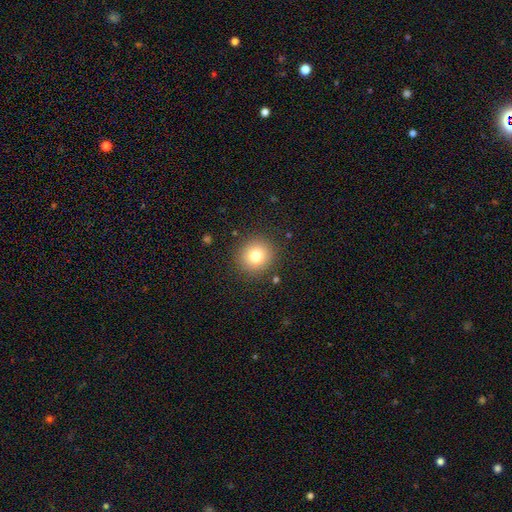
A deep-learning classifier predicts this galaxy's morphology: Smooth or featured: smooth — 79% (star or artifact — 12%)
How rounded: round — 91% (in between — 9%)
Merging: none — 88% (minor disturbance — 7%)